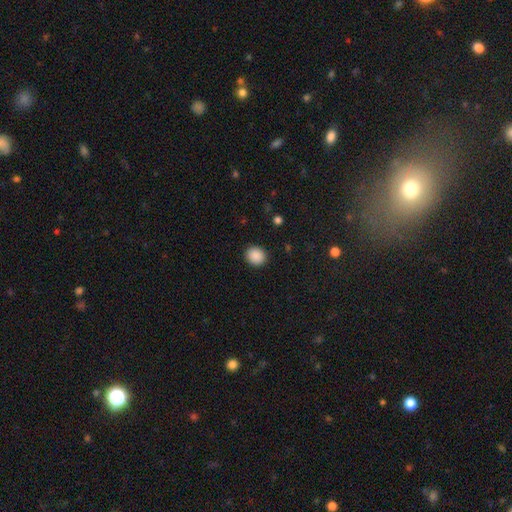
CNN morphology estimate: Smooth or featured? smooth (89%)
How rounded? round (66%)
Merging? none (90%)